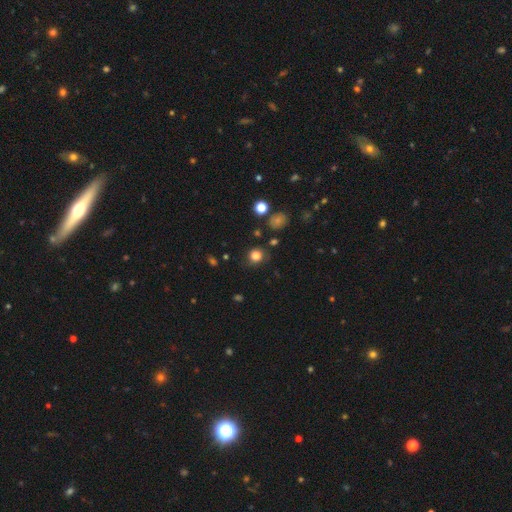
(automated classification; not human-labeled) smooth_or_featured: smooth (p=0.81) [alt: star or artifact p=0.13]
how_rounded: round (p=0.86) [alt: in between p=0.13]
merging: none (p=0.81) [alt: minor disturbance p=0.12]